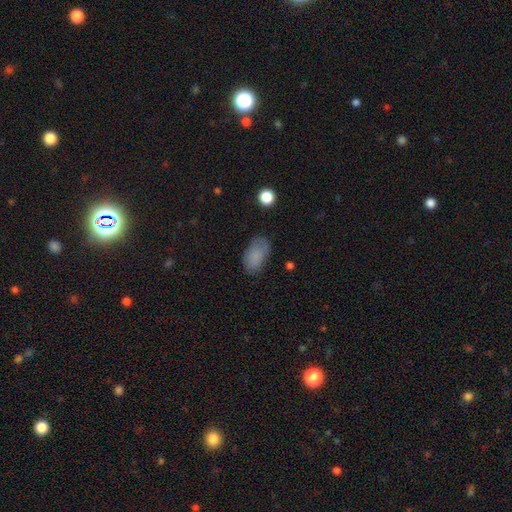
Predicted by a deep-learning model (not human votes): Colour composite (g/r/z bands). It shows a smooth galaxy with no disk features (82%) that is in between round and cigar-shaped (93%). Merging: none (69%).